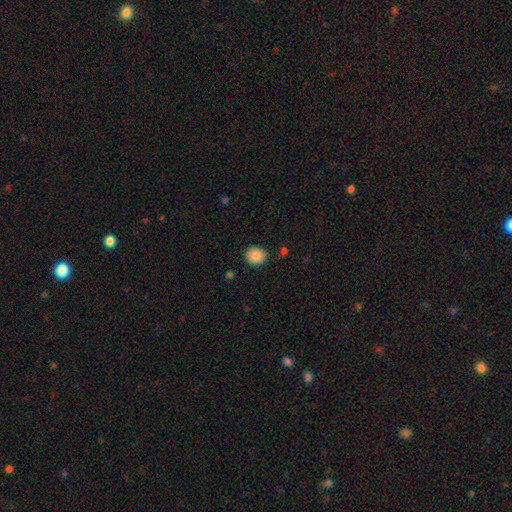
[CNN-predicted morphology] smooth 88%, star or artifact 8%, featured or disk 3%. Down the decision tree: how rounded — round (74%); merging — none (82%).